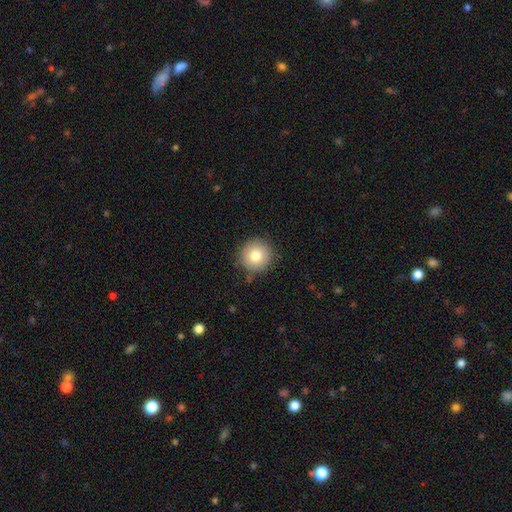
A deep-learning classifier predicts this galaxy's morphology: This is clearly a smooth galaxy (80%). How rounded: clearly round (95%). Merging: clearly none (87%).